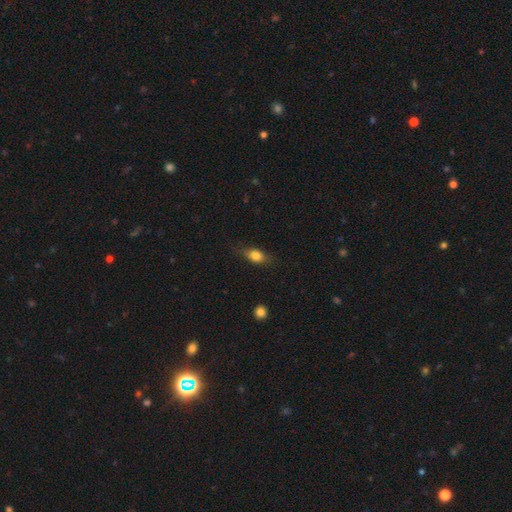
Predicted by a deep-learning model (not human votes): Q: Smooth or featured?
A: smooth (77%); runner-up: featured or disk (14%)
Q: How rounded?
A: in between (75%); runner-up: round (16%)
Q: Merging?
A: none (74%); runner-up: minor disturbance (19%)